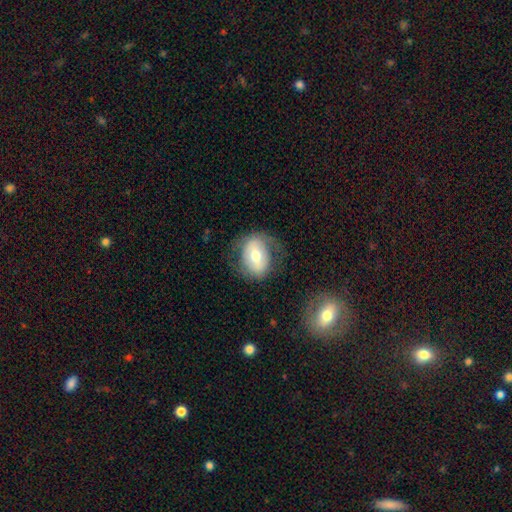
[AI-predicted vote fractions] Smooth or featured?
  - smooth: 51% *
  - featured or disk: 42%
  - star or artifact: 7%
How rounded?
  - in between: 66% *
  - round: 33%
  - cigar-shaped: 1%
Merging?
  - none: 67% *
  - minor disturbance: 20%
  - major disturbance: 11%
  - merger: 2%